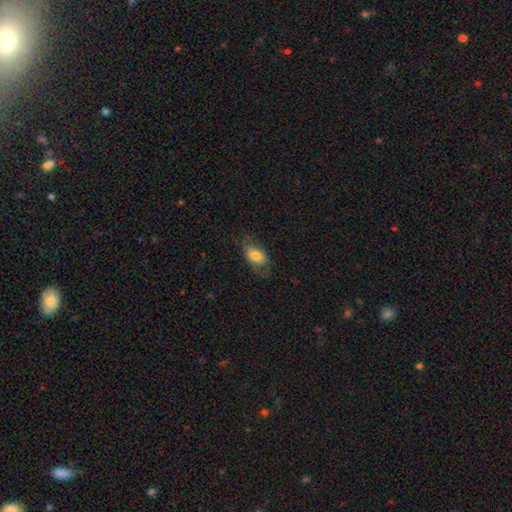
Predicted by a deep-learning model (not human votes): A smooth galaxy with no disk features (70%) that is in between round and cigar-shaped (90%).

Vote fractions:
- Smooth or featured? smooth: 70% / featured or disk: 23% / star or artifact: 7%
- How rounded? in between: 90% / round: 7% / cigar-shaped: 3%
- Merging? none: 65% / minor disturbance: 22% / major disturbance: 12% / merger: 1%